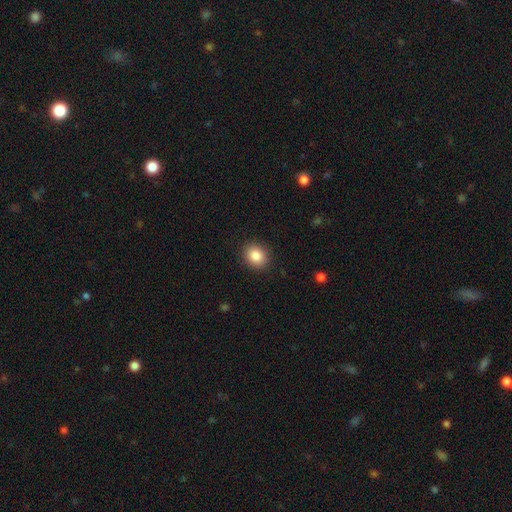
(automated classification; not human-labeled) Smooth or featured? smooth (86%)
How rounded? round (59%)
Merging? none (90%)